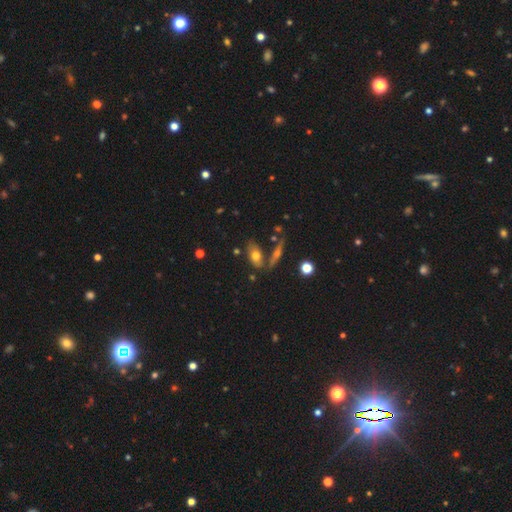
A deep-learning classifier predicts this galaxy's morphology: Smooth or featured? smooth (61%)
How rounded? in between (79%)
Merging? none (65%)